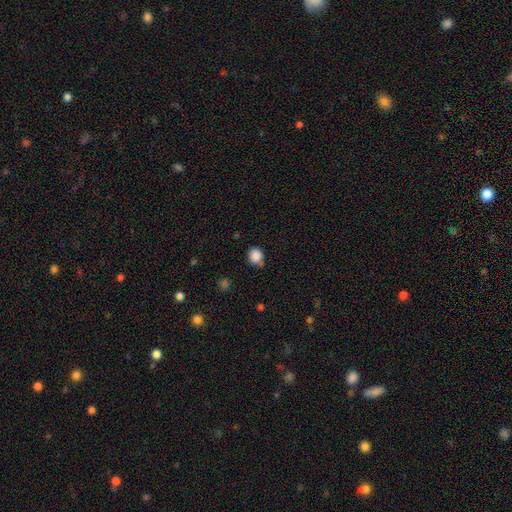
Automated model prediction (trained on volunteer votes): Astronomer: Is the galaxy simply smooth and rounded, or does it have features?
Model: smooth — 86%.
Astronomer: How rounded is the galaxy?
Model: round — 77%.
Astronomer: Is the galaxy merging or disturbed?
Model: none — 69%.